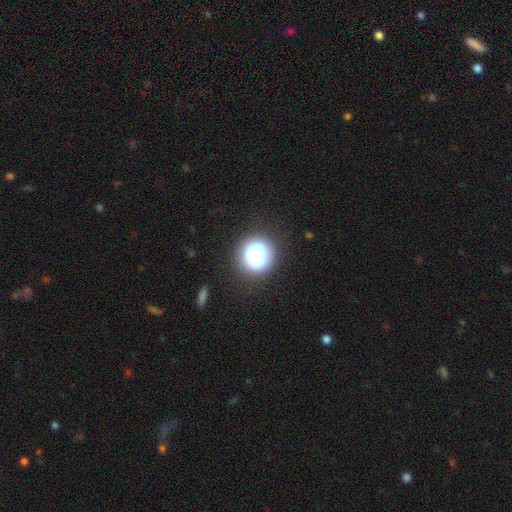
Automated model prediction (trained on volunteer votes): A smooth galaxy with no disk features (76%) that is round (86%).

Vote fractions:
- Smooth or featured? smooth: 76% / featured or disk: 14% / star or artifact: 10%
- How rounded? round: 86% / in between: 13% / cigar-shaped: 1%
- Merging? none: 69% / minor disturbance: 18% / major disturbance: 8% / merger: 6%